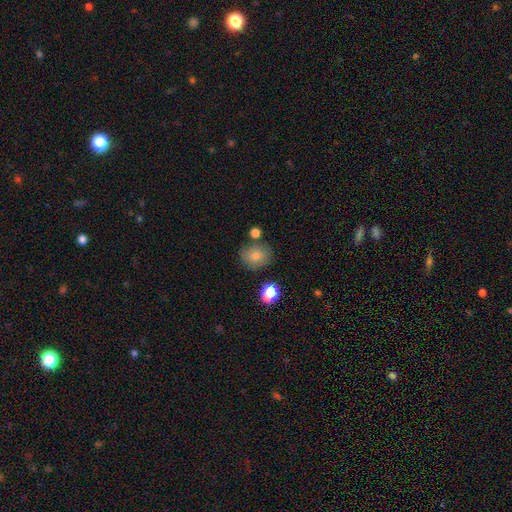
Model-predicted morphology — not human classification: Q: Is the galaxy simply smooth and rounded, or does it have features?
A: smooth — 75%.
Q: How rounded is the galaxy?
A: round — 70%.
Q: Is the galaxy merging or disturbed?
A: none — 70%.